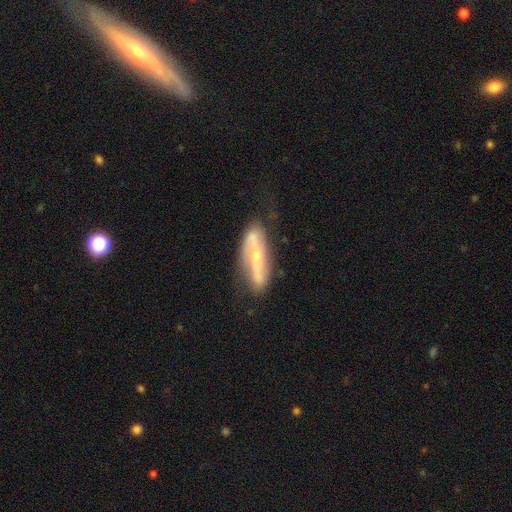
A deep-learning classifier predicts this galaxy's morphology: smooth-or-featured: featured or disk: 73% | smooth: 21% | star or artifact: 6%
  disk-edge-on: no: 70% | yes: 30%
    bar: strong: 42% | no: 35% | weak: 22%
    has-spiral-arms: yes: 72% | no: 28%
    bulge-size: small: 63% | moderate: 33% | large: 2% | none: 2% | dominant: 1%
  merging: none: 61% | minor disturbance: 25% | major disturbance: 11% | merger: 3%